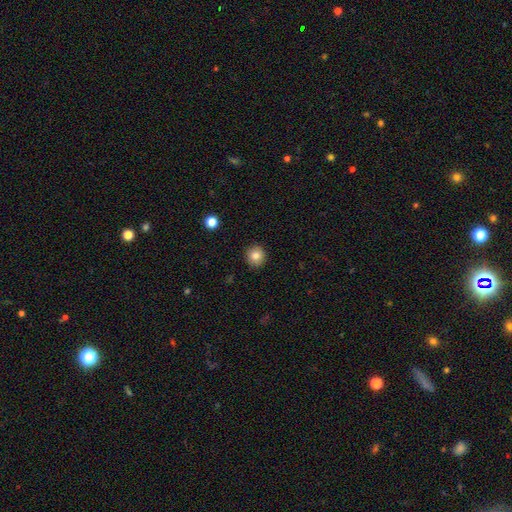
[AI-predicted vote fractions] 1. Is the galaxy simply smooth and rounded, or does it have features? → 82% smooth, 10% star or artifact, 8% featured or disk.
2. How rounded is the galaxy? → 92% round, 7% in between, 1% cigar-shaped.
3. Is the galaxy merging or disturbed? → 92% none, 6% minor disturbance, 2% major disturbance, 1% merger.